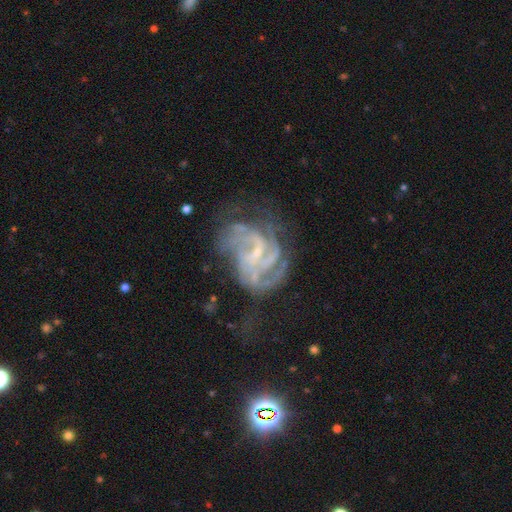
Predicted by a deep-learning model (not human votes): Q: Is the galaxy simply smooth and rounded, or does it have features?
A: featured or disk — 87%.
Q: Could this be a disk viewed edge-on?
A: no — 98%.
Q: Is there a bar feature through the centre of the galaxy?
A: weak — 51%.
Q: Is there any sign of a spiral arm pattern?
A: yes — 95%.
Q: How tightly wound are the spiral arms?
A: tight — 45%.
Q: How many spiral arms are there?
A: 3 — 27%.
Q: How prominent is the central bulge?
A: small — 73%.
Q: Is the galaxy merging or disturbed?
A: none — 53%.